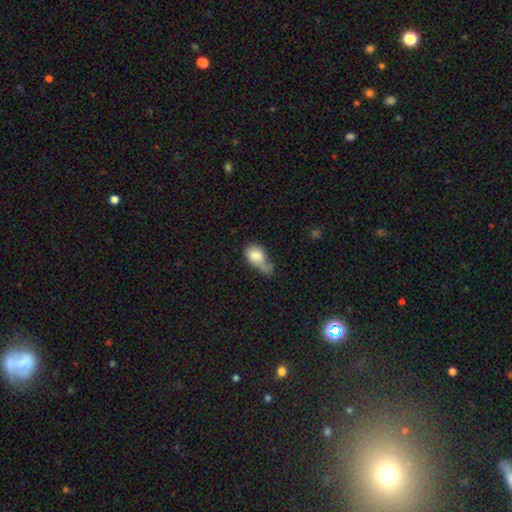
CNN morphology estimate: A smooth galaxy with no disk features (74%) that is in between round and cigar-shaped (79%).

Vote fractions:
- Smooth or featured? smooth: 74% / featured or disk: 18% / star or artifact: 8%
- How rounded? in between: 79% / round: 17% / cigar-shaped: 4%
- Merging? major disturbance: 33% / minor disturbance: 26% / none: 23% / merger: 18%